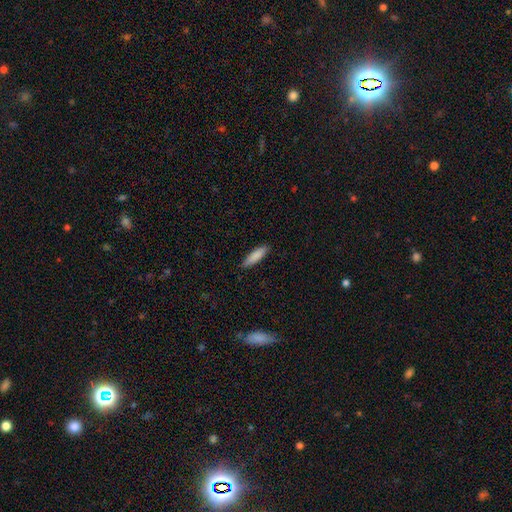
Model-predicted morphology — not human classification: Q: Smooth or featured?
A: smooth (87%); runner-up: featured or disk (7%)
Q: How rounded?
A: cigar-shaped (64%); runner-up: in between (35%)
Q: Merging?
A: none (87%); runner-up: minor disturbance (10%)